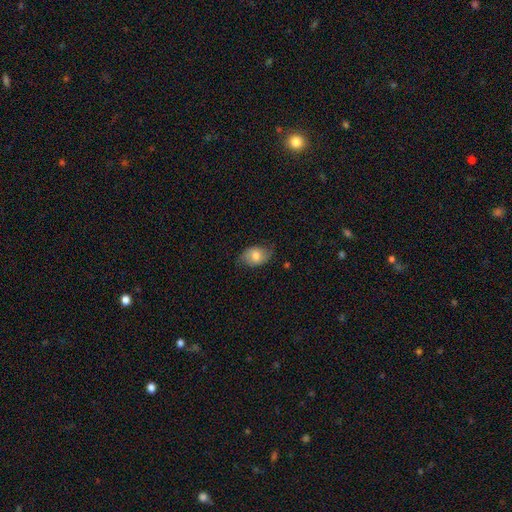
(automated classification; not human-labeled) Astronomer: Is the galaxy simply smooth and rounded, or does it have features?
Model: smooth — 71%.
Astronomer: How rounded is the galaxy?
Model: in between — 82%.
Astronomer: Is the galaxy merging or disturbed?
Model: none — 70%.